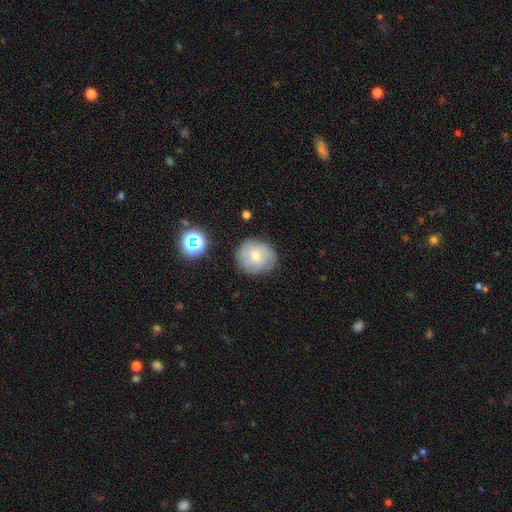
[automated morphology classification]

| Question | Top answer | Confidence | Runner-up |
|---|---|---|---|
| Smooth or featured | smooth | 51% | featured or disk (38%) |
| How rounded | round | 85% | in between (14%) |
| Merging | none | 80% | minor disturbance (14%) |